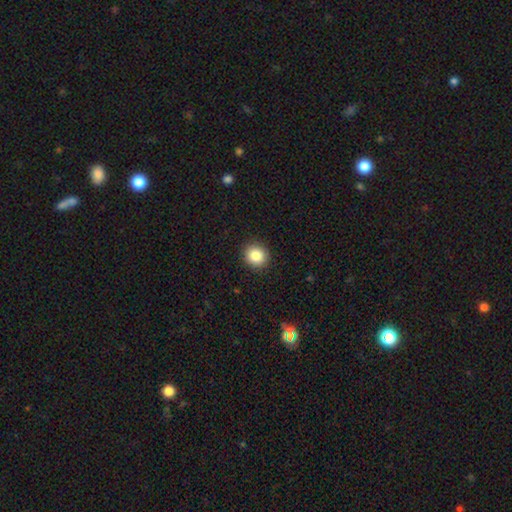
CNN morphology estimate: type=smooth (85%); roundness=round (84%); merging=none (91%).